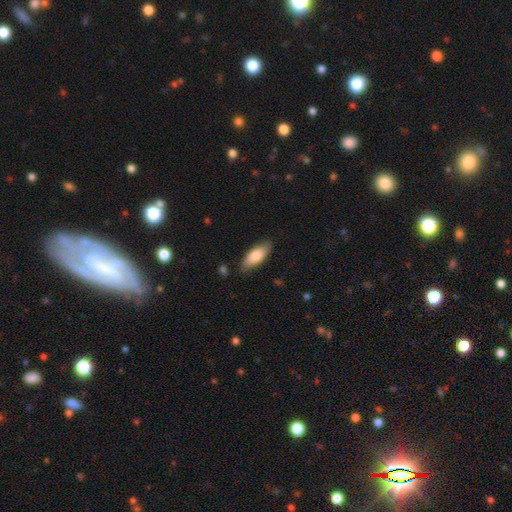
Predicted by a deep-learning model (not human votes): This is likely a smooth galaxy (77%). How rounded: likely in between (75%). Merging: clearly none (83%).